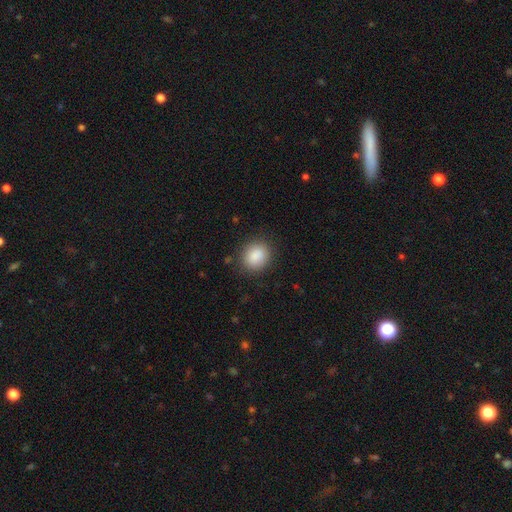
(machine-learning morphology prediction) Smooth or featured?
  - smooth: 88% *
  - star or artifact: 8%
  - featured or disk: 4%
How rounded?
  - round: 68% *
  - in between: 31%
  - cigar-shaped: 1%
Merging?
  - none: 86% *
  - minor disturbance: 10%
  - major disturbance: 3%
  - merger: 1%